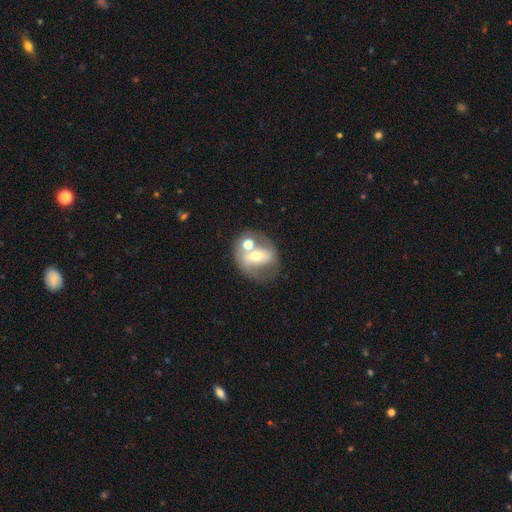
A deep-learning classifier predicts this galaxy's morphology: Q: Smooth or featured?
A: featured or disk (60%); runner-up: smooth (30%)
Q: Edge-on disk?
A: no (94%); runner-up: yes (6%)
Q: Bar?
A: strong (37%); runner-up: no (33%)
Q: Spiral arms?
A: yes (51%); runner-up: no (49%)
Q: Bulge size?
A: moderate (60%); runner-up: small (31%)
Q: Merging?
A: none (47%); runner-up: merger (29%)